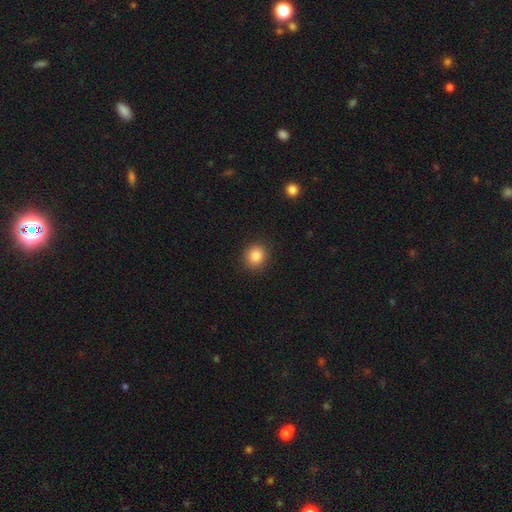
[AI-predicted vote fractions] A smooth galaxy with no disk features (85%) that is round (83%).

Vote fractions:
- Smooth or featured? smooth: 85% / star or artifact: 10% / featured or disk: 5%
- How rounded? round: 83% / in between: 16% / cigar-shaped: 1%
- Merging? none: 90% / minor disturbance: 7% / major disturbance: 2% / merger: 1%